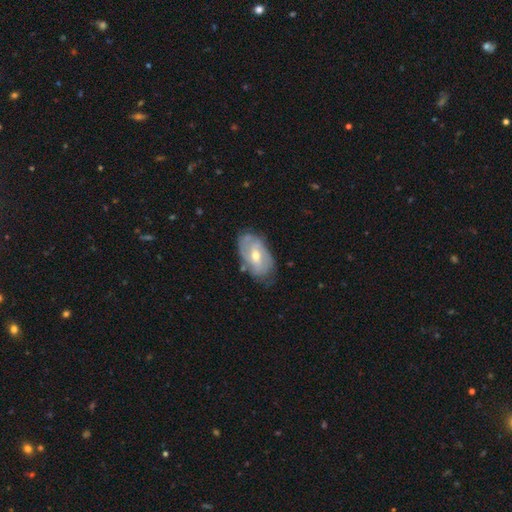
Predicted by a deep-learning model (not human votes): smooth-or-featured: featured or disk: 69% | smooth: 24% | star or artifact: 7%
  disk-edge-on: no: 93% | yes: 7%
    bar: weak: 46% | no: 36% | strong: 18%
    has-spiral-arms: yes: 75% | no: 25%
    bulge-size: moderate: 59% | small: 37% | large: 2% | none: 1% | dominant: 1%
  merging: none: 69% | minor disturbance: 23% | major disturbance: 6% | merger: 2%